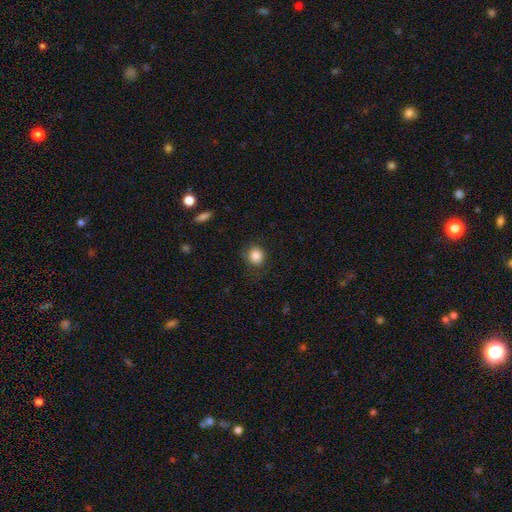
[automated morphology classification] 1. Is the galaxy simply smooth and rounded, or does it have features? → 86% smooth, 10% star or artifact, 5% featured or disk.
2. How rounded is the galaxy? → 86% round, 13% in between, 1% cigar-shaped.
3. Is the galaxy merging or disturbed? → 81% none, 14% minor disturbance, 4% major disturbance, 1% merger.